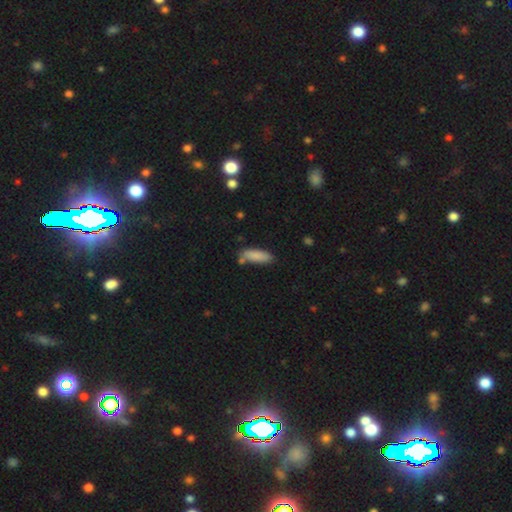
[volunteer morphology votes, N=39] A smooth galaxy with no disk features (95%) that is in between round and cigar-shaped (70%).

Vote fractions:
- Smooth or featured? smooth: 95% / star or artifact: 5% / featured or disk: 0%
- How rounded? in between: 70% / cigar-shaped: 30% / round: 0%
- Merging? none: 68% / merger: 16% / minor disturbance: 11% / major disturbance: 5%